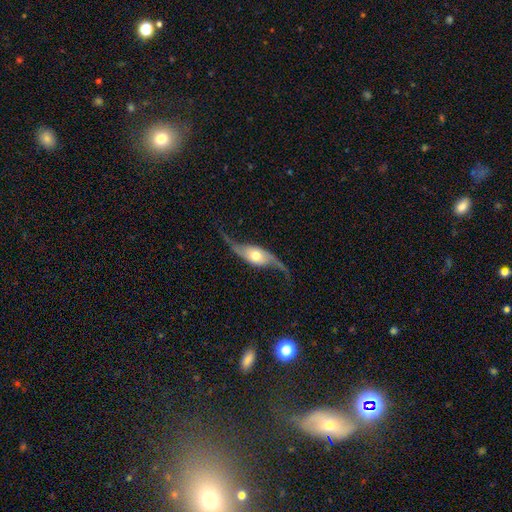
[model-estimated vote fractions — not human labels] featured or disk 87%, smooth 8%, star or artifact 5%. Down the decision tree: edge-on disk — no (88%); bar — no (66%); spiral arms — yes (96%); spiral arm count — 2 (94%); spiral winding — loose (89%); bulge size — moderate (64%); merging — none (69%).